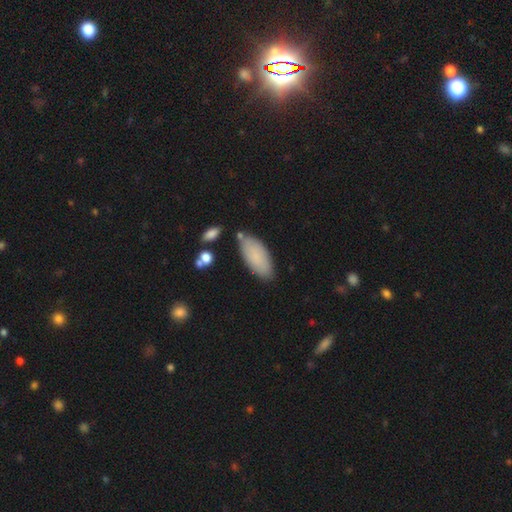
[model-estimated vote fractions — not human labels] A smooth galaxy with no disk features (85%) that is in between round and cigar-shaped (86%). Merging: none (78%).